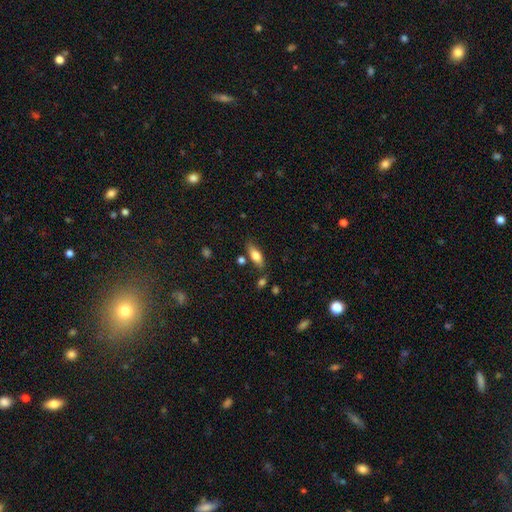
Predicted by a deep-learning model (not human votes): Morphology: type=smooth (74%); roundness=in between (76%); merging=none (74%).